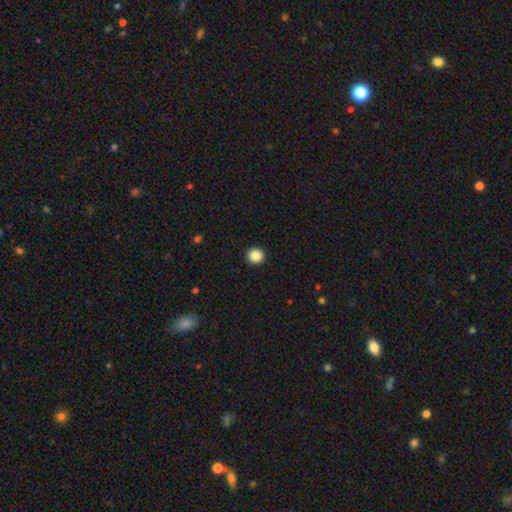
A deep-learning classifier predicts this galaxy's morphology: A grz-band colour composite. It shows a smooth galaxy with no disk features (87%) that is round (91%). Merging: none (94%).